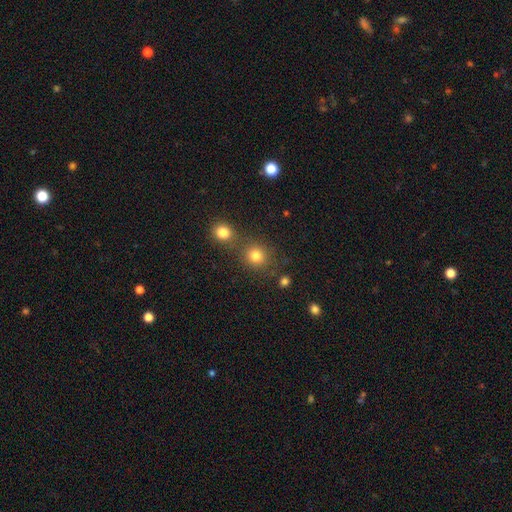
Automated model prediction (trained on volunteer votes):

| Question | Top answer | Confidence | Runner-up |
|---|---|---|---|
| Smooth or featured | smooth | 81% | star or artifact (13%) |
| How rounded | round | 88% | in between (11%) |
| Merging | none | 66% | merger (22%) |